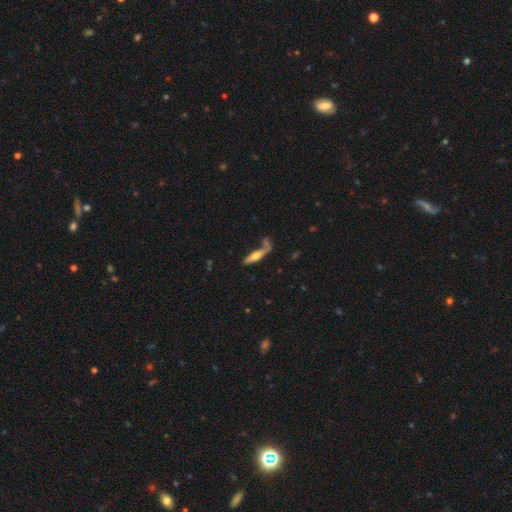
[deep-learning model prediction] Smooth or featured: featured or disk — 47% (smooth — 46%)
Merging: none — 57% (minor disturbance — 17%)